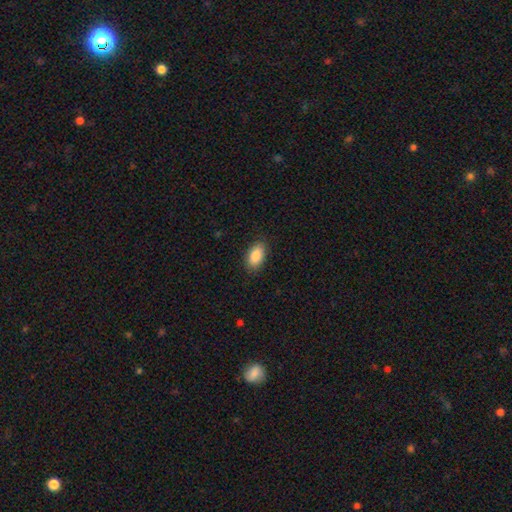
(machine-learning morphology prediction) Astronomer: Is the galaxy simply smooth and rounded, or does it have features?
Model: smooth — 87%.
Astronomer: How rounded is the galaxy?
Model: in between — 93%.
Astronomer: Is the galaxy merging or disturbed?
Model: none — 87%.